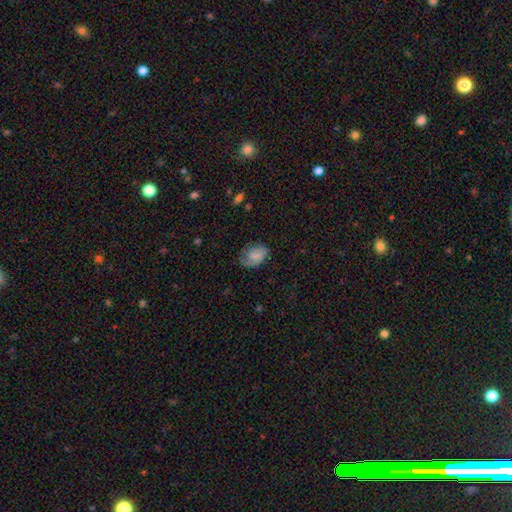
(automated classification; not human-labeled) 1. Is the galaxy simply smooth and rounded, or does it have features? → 60% smooth, 32% featured or disk, 9% star or artifact.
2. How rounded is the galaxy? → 80% in between, 19% round, 1% cigar-shaped.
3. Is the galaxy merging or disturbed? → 64% none, 25% minor disturbance, 10% major disturbance, 1% merger.